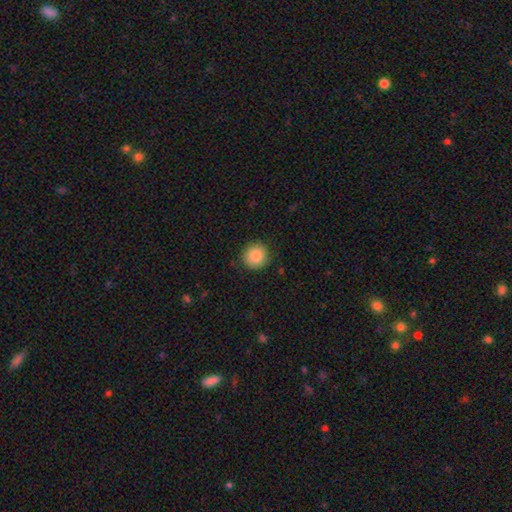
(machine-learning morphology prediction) The model was most divided on "merging": none: 87%, minor disturbance: 9%, major disturbance: 2%, merger: 1%. More confident: how rounded — round (93%); smooth or featured — smooth (88%).